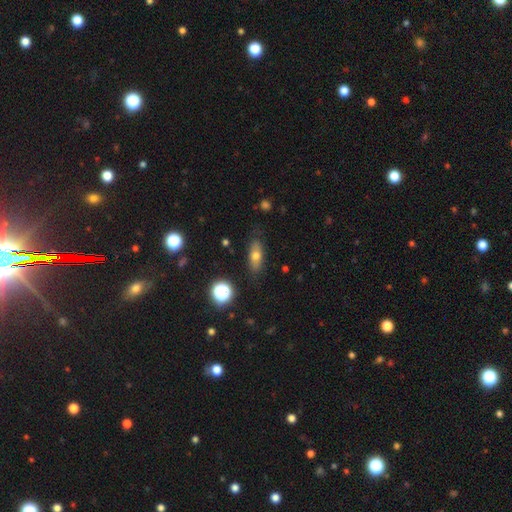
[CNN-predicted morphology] smooth 65%, featured or disk 23%, star or artifact 11%. Down the decision tree: how rounded — in between (70%); merging — none (80%).